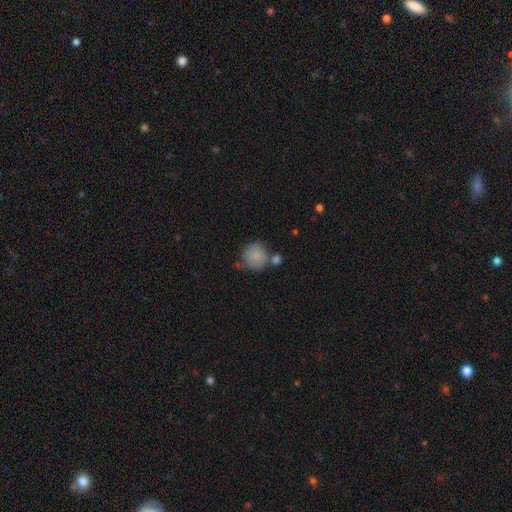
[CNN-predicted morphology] smooth_or_featured: smooth (p=0.84) [alt: featured or disk p=0.09]
how_rounded: round (p=0.88) [alt: in between p=0.11]
merging: none (p=0.54) [alt: merger p=0.21]